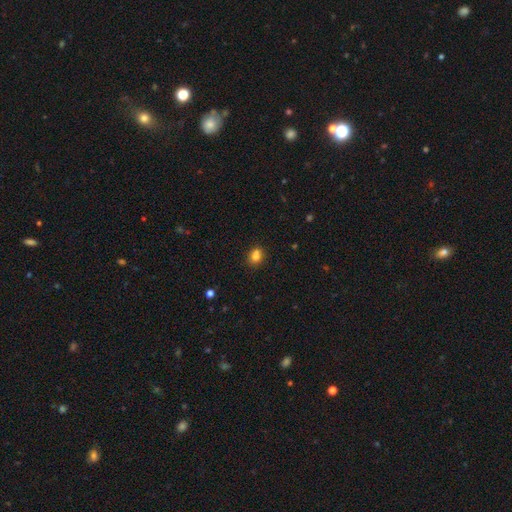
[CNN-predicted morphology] The model was most divided on "how rounded": round: 50%, in between: 48%, cigar-shaped: 1%. More confident: smooth or featured — smooth (81%); merging — none (69%).